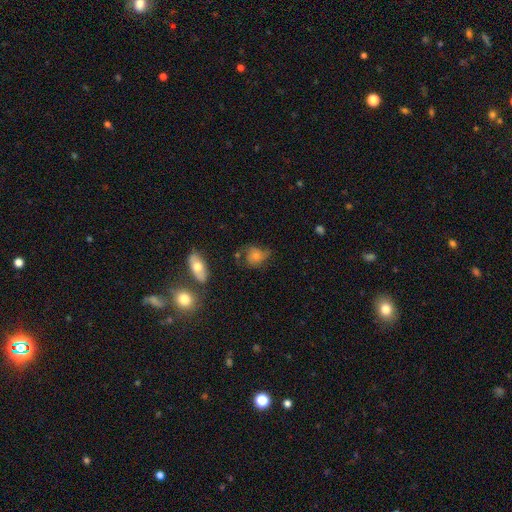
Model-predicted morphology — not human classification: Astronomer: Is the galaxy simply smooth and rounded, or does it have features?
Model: featured or disk — 43%, tied with smooth at 43%.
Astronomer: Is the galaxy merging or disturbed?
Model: none — 54%.